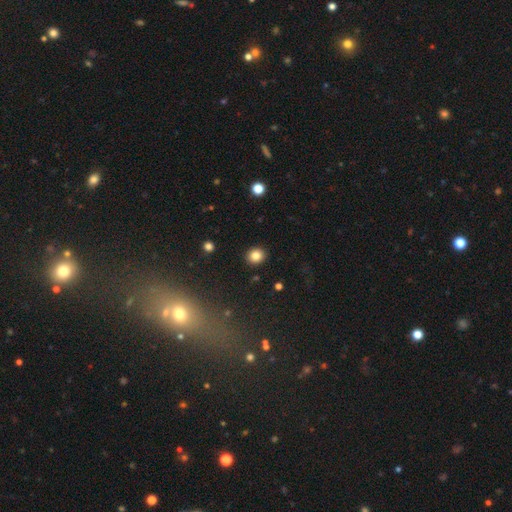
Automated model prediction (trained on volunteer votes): A smooth galaxy with no disk features (83%) that is round (82%).

Vote fractions:
- Smooth or featured? smooth: 83% / star or artifact: 11% / featured or disk: 6%
- How rounded? round: 82% / in between: 17% / cigar-shaped: 1%
- Merging? none: 91% / minor disturbance: 6% / major disturbance: 2% / merger: 1%